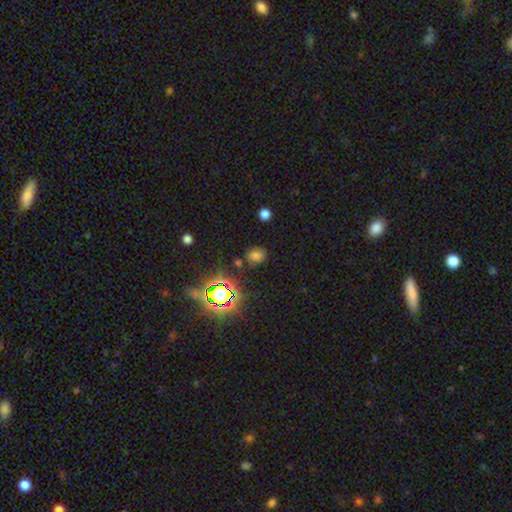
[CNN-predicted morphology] Smooth or featured? smooth (65%)
How rounded? round (50%)
Merging? none (80%)